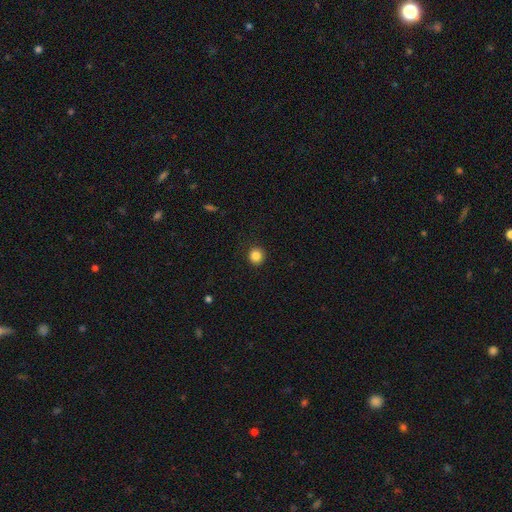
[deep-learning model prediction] This appears to be a smooth galaxy with no disk features (86%) that is round (93%). Merging: none (91%).